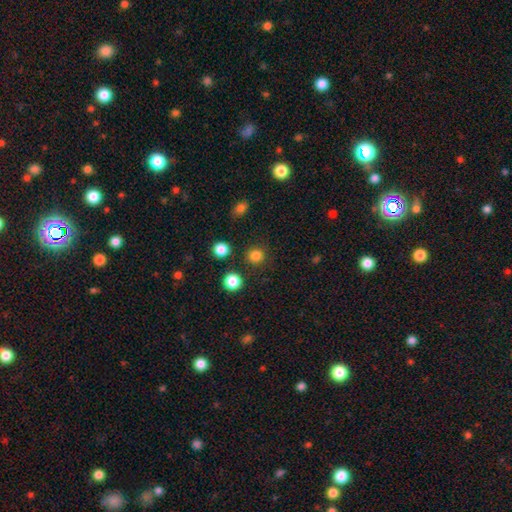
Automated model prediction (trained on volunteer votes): A smooth galaxy with no disk features (81%) that is round (93%).

Vote fractions:
- Smooth or featured? smooth: 81% / star or artifact: 15% / featured or disk: 4%
- How rounded? round: 93% / in between: 6% / cigar-shaped: 1%
- Merging? none: 87% / minor disturbance: 6% / merger: 4% / major disturbance: 3%